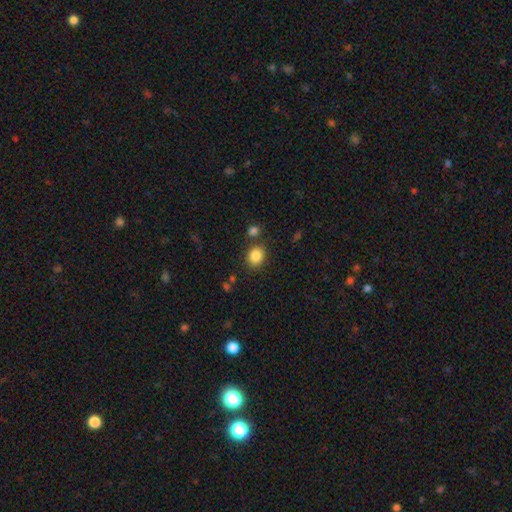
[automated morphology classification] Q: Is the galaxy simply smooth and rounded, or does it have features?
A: smooth — 85%.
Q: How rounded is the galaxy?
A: round — 64%.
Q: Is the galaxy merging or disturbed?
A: none — 79%.